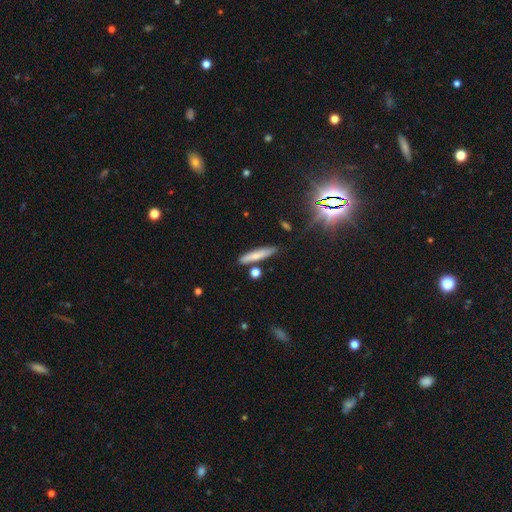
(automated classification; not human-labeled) Smooth or featured?
  - smooth: 72% *
  - featured or disk: 21%
  - star or artifact: 8%
How rounded?
  - cigar-shaped: 88% *
  - in between: 10%
  - round: 2%
Merging?
  - none: 81% *
  - minor disturbance: 11%
  - merger: 5%
  - major disturbance: 2%